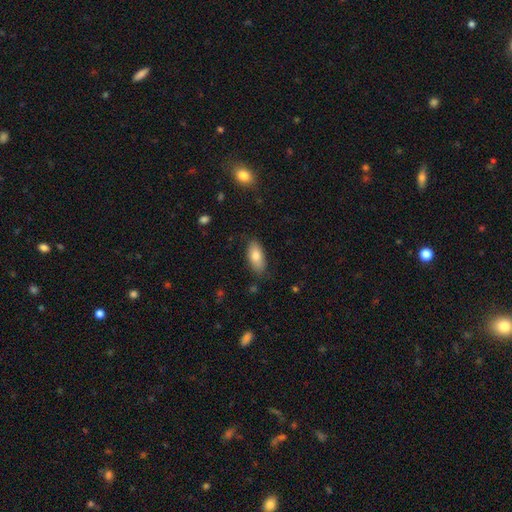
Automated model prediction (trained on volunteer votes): Smooth or featured? smooth (79%)
How rounded? in between (88%)
Merging? none (80%)